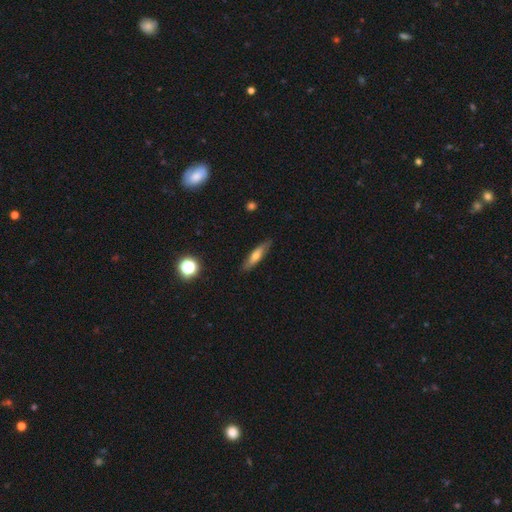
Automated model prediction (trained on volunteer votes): Smooth or featured? Predicted: smooth (p=0.54). How rounded? Predicted: cigar-shaped (p=0.71). Merging? Predicted: none (p=0.84).